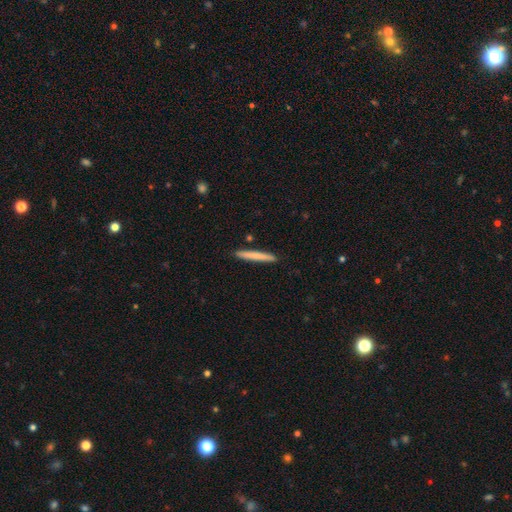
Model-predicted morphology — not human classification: A smooth galaxy with no disk features (73%) that is cigar-shaped (96%). Merging: none (90%).